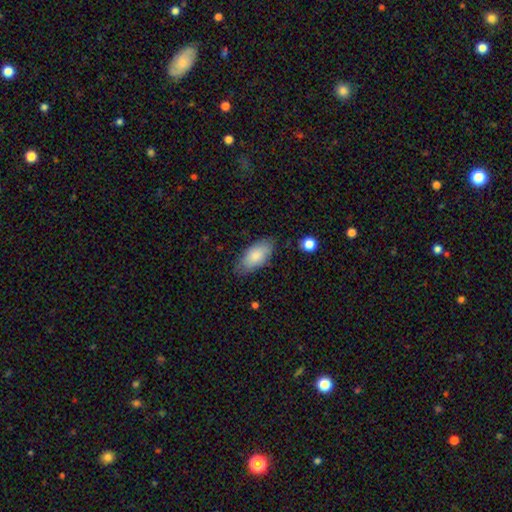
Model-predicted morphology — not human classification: A smooth galaxy with no disk features (84%) that is in between round and cigar-shaped (92%).

Vote fractions:
- Smooth or featured? smooth: 84% / featured or disk: 10% / star or artifact: 6%
- How rounded? in between: 92% / cigar-shaped: 6% / round: 2%
- Merging? none: 77% / minor disturbance: 18% / major disturbance: 4% / merger: 2%